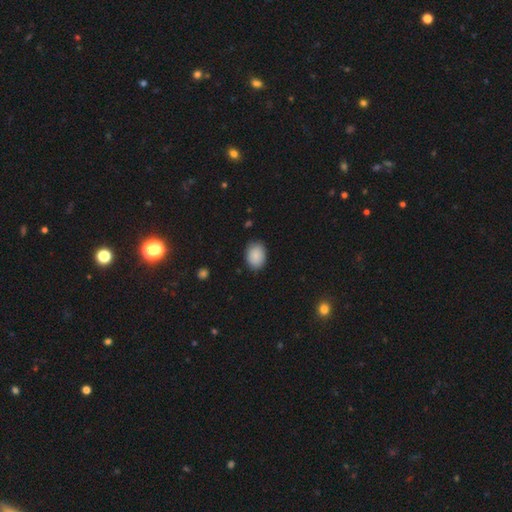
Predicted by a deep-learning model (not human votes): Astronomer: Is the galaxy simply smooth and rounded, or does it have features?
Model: smooth — 87%.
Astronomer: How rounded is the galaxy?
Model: in between — 71%.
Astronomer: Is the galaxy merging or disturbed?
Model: none — 84%.